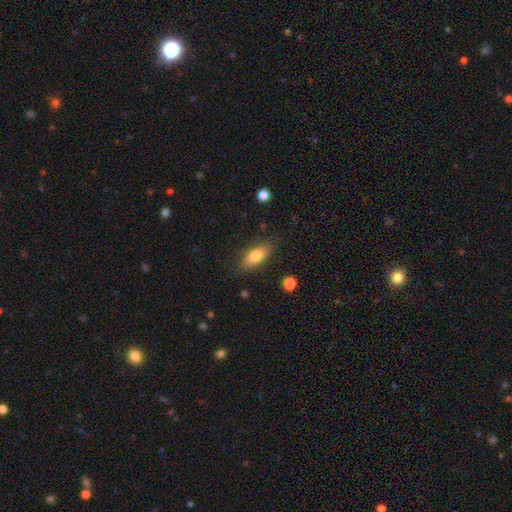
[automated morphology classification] Smooth or featured? Predicted: smooth (p=0.75). How rounded? Predicted: in between (p=0.73). Merging? Predicted: none (p=0.83).